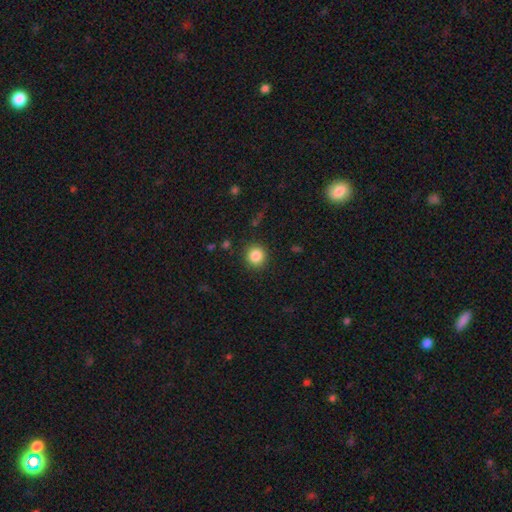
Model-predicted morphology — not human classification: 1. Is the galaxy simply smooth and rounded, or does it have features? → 85% smooth, 10% star or artifact, 5% featured or disk.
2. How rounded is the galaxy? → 90% round, 10% in between, 1% cigar-shaped.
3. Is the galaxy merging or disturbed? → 90% none, 7% minor disturbance, 2% major disturbance, 1% merger.